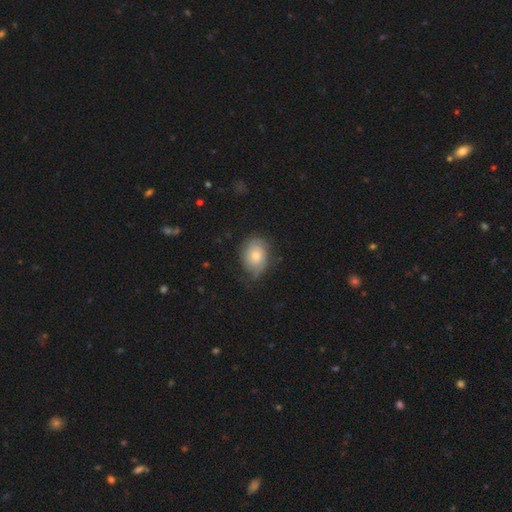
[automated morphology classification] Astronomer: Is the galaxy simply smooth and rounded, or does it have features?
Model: featured or disk — 55% (runner-up: smooth, 38%).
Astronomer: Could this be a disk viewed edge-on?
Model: no — 96%.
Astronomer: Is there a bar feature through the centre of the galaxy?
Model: no — 82%.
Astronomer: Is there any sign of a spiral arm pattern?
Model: yes — 82%.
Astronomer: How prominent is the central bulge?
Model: moderate — 59% (runner-up: small, 34%).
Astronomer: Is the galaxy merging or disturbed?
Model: none — 64%.